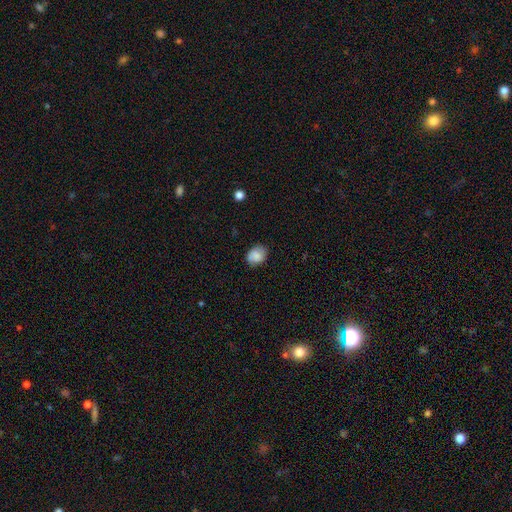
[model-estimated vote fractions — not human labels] Smooth or featured?
  - smooth: 74% *
  - featured or disk: 18%
  - star or artifact: 9%
How rounded?
  - in between: 56% *
  - round: 43%
  - cigar-shaped: 1%
Merging?
  - none: 75% *
  - minor disturbance: 19%
  - major disturbance: 4%
  - merger: 1%